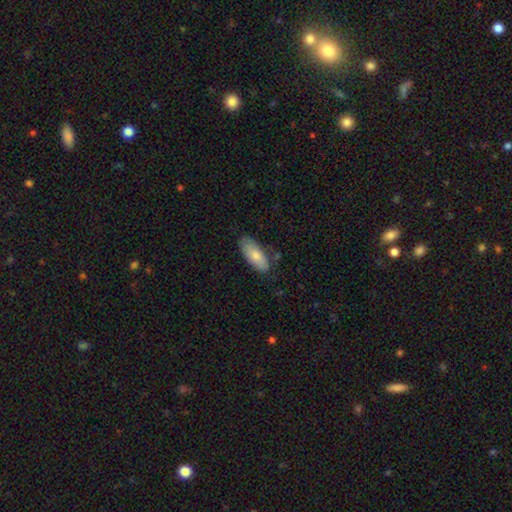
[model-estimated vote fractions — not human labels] smooth 77%, featured or disk 17%, star or artifact 6%. Down the decision tree: how rounded — in between (83%); merging — none (72%).